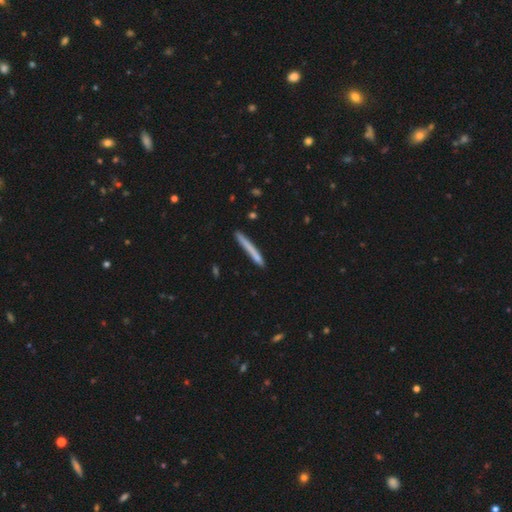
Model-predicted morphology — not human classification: This appears to be a smooth galaxy with no disk features (72%) that is cigar-shaped (97%). Merging: none (86%).